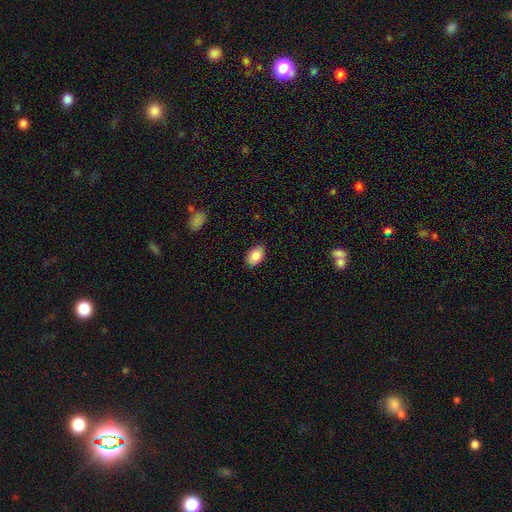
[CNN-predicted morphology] The model was most divided on "how rounded": in between: 87%, round: 12%, cigar-shaped: 1%. More confident: merging — none (86%); smooth or featured — smooth (85%).